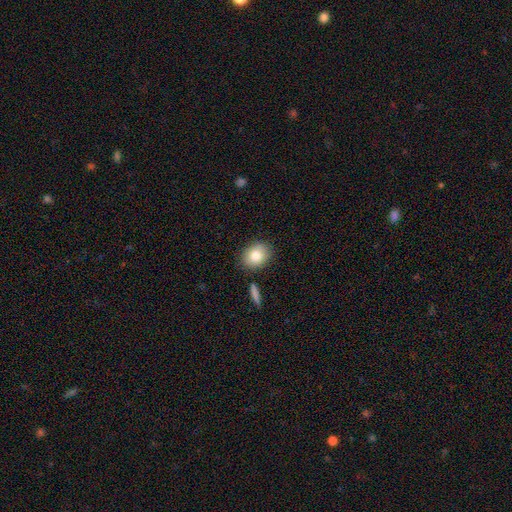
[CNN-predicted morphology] The model was most divided on "how rounded": in between: 51%, round: 47%, cigar-shaped: 1%. More confident: merging — none (84%); smooth or featured — smooth (81%).